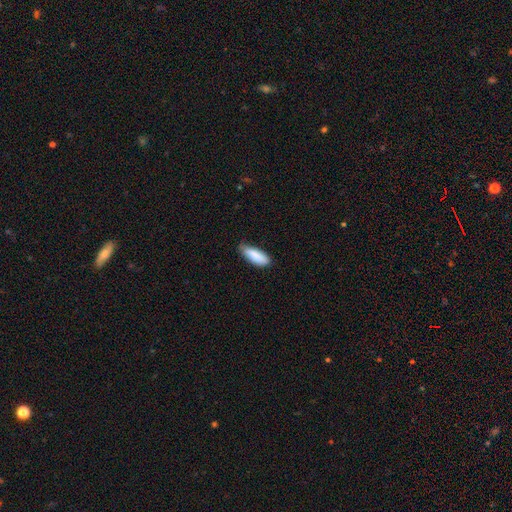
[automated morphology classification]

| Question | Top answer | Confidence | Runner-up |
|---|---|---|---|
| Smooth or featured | smooth | 87% | featured or disk (7%) |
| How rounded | in between | 66% | cigar-shaped (32%) |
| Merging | none | 63% | minor disturbance (31%) |